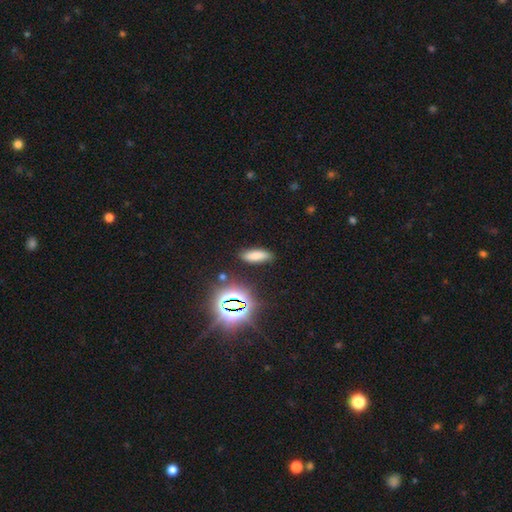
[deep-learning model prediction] smooth 71%, star or artifact 21%, featured or disk 9%. Down the decision tree: how rounded — in between (58%); merging — none (85%).